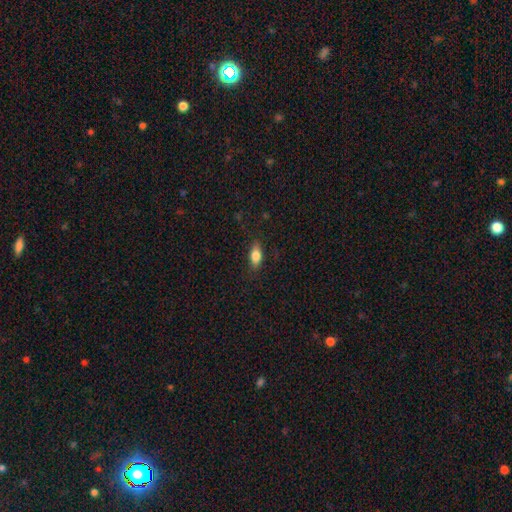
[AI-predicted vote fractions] The model was most divided on "smooth or featured": smooth: 80%, featured or disk: 12%, star or artifact: 8%. More confident: merging — none (85%); how rounded — in between (83%).